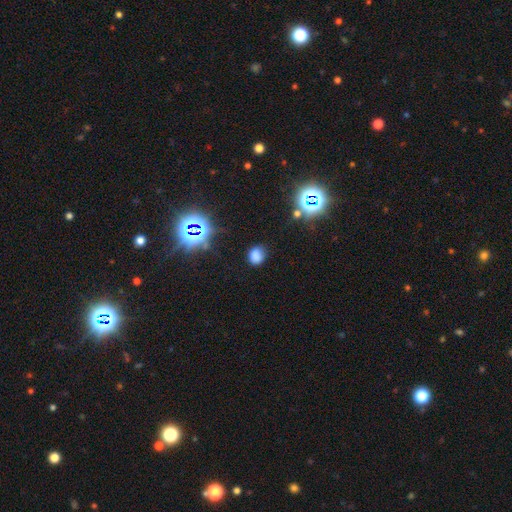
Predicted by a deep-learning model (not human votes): A smooth galaxy with no disk features (71%) that is round (52%).

Vote fractions:
- Smooth or featured? smooth: 71% / star or artifact: 21% / featured or disk: 7%
- How rounded? round: 52% / in between: 46% / cigar-shaped: 1%
- Merging? none: 74% / minor disturbance: 18% / major disturbance: 5% / merger: 3%